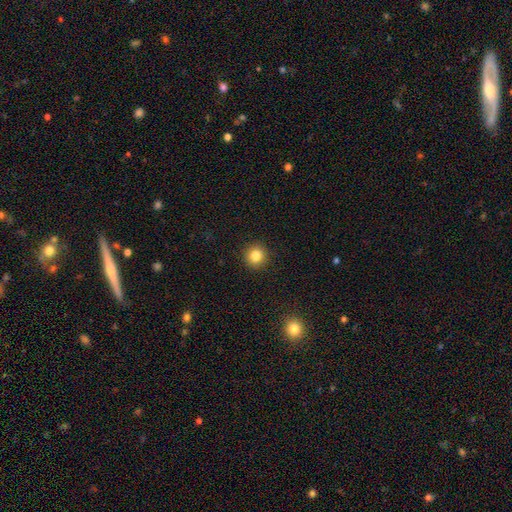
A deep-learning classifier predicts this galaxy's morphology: smooth 83%, star or artifact 11%, featured or disk 5%. Down the decision tree: how rounded — round (92%); merging — none (92%).